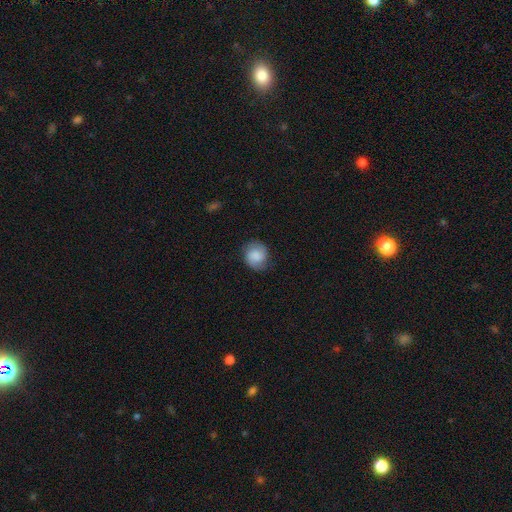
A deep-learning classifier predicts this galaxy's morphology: A smooth galaxy with no disk features (54%) that is round (78%).

Vote fractions:
- Smooth or featured? smooth: 54% / featured or disk: 37% / star or artifact: 9%
- How rounded? round: 78% / in between: 21% / cigar-shaped: 1%
- Merging? none: 79% / minor disturbance: 15% / major disturbance: 5% / merger: 1%